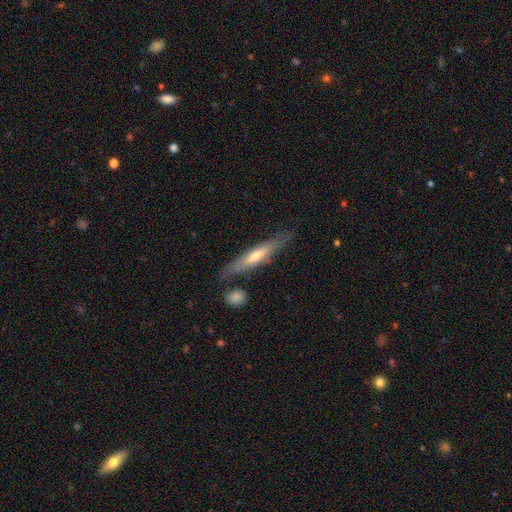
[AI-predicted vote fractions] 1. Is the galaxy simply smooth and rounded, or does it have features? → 60% featured or disk, 34% smooth, 6% star or artifact.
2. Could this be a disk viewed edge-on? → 86% yes, 14% no.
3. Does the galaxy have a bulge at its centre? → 68% rounded, 23% none, 9% boxy.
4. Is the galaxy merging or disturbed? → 78% none, 13% minor disturbance, 5% merger, 3% major disturbance.